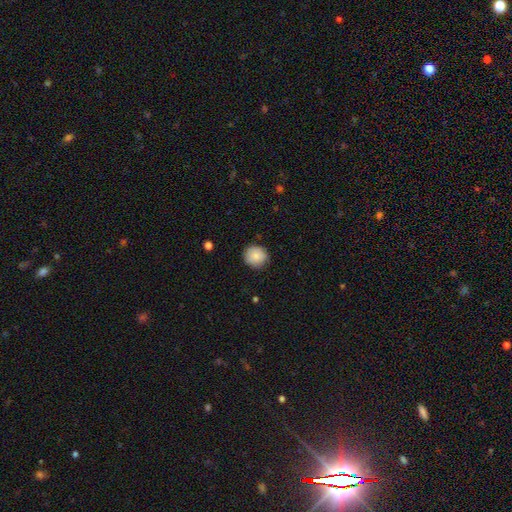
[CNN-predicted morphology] smooth_or_featured: smooth (p=0.85) [alt: star or artifact p=0.08]
how_rounded: round (p=0.90) [alt: in between p=0.10]
merging: none (p=0.84) [alt: minor disturbance p=0.13]